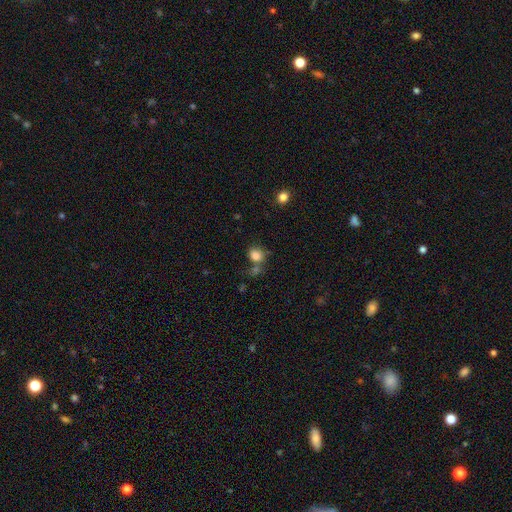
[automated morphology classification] The model was most divided on "how rounded": round: 60%, in between: 39%, cigar-shaped: 1%. More confident: smooth or featured — smooth (82%); merging — none (54%).